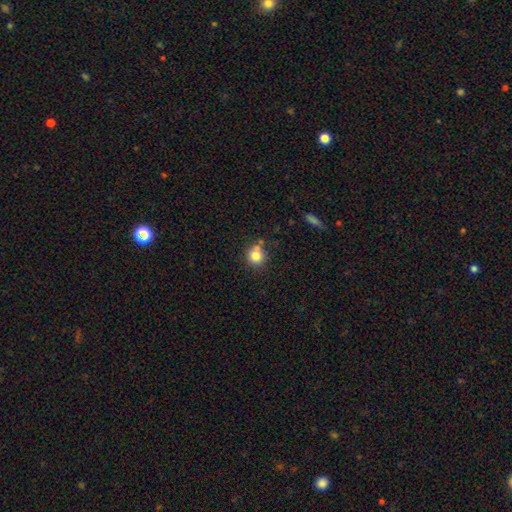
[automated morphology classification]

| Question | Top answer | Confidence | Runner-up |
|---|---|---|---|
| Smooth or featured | smooth | 81% | star or artifact (11%) |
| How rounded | round | 88% | in between (11%) |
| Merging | none | 66% | merger (17%) |